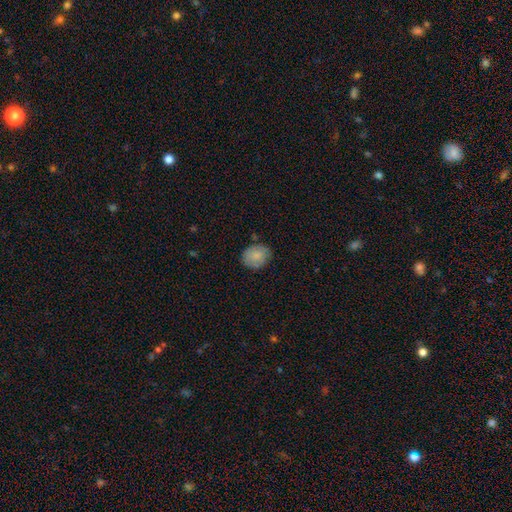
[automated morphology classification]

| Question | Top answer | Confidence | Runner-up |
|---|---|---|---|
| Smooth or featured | smooth | 81% | featured or disk (12%) |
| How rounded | round | 57% | in between (42%) |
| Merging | none | 77% | minor disturbance (18%) |